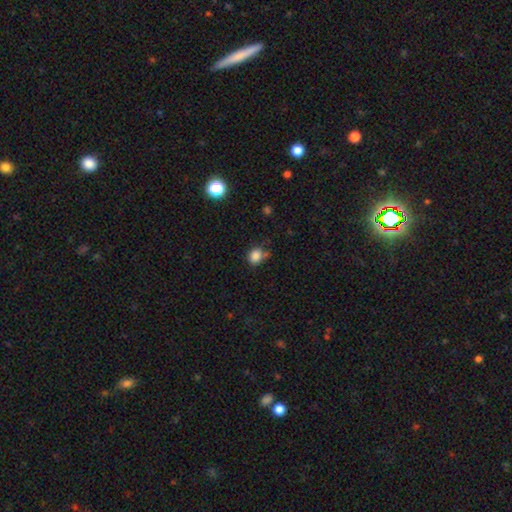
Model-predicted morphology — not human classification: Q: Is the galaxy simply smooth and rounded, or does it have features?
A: smooth — 84%.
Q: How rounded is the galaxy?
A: round — 65%.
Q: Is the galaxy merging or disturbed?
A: none — 64%.